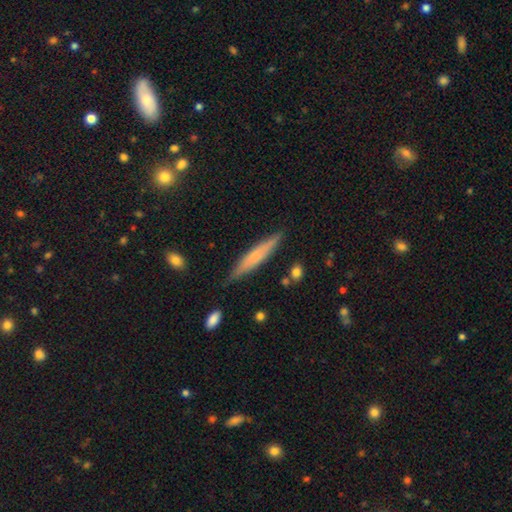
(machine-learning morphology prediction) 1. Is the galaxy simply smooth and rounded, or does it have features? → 58% smooth, 36% featured or disk, 7% star or artifact.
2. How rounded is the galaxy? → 91% cigar-shaped, 7% in between, 1% round.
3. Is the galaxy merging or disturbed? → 83% none, 12% minor disturbance, 2% major disturbance, 2% merger.